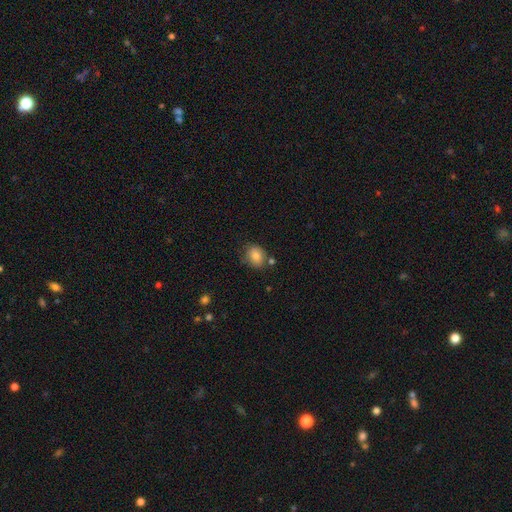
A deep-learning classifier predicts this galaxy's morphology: Overall: smooth (81%). How rounded: round (54%; in between 45%). Merging: none (75%).